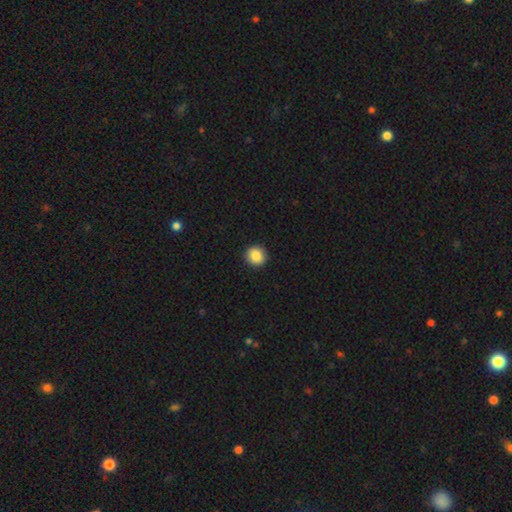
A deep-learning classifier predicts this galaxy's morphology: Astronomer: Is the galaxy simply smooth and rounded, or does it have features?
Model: smooth — 86%.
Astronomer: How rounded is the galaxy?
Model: round — 91%.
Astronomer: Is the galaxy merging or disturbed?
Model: none — 92%.